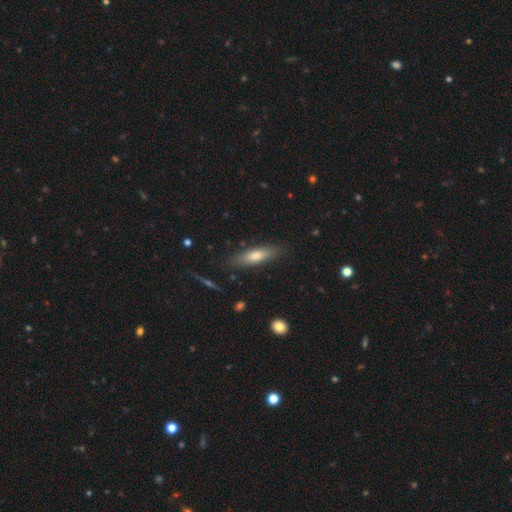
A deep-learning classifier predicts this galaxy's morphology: This appears to be a smooth galaxy with no disk features (69%) that is cigar-shaped (59%). Merging: none (83%).